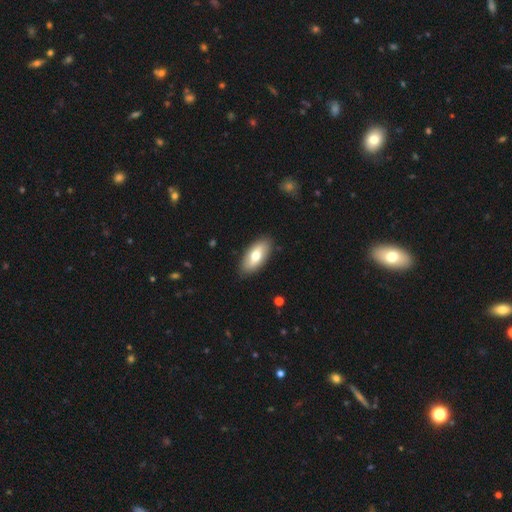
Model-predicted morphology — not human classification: Smooth or featured? Predicted: smooth (p=0.68). How rounded? Predicted: in between (p=0.90). Merging? Predicted: none (p=0.88).